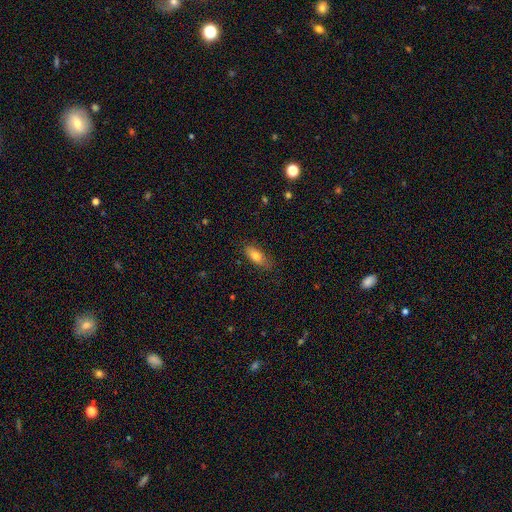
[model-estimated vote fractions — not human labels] Morphology: type=smooth (77%); roundness=in between (78%); merging=none (78%).